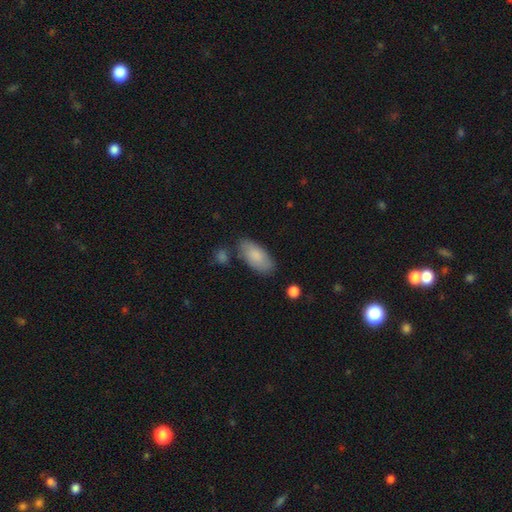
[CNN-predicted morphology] Smooth or featured? Predicted: smooth (p=0.85). How rounded? Predicted: in between (p=0.91). Merging? Predicted: none (p=0.74).